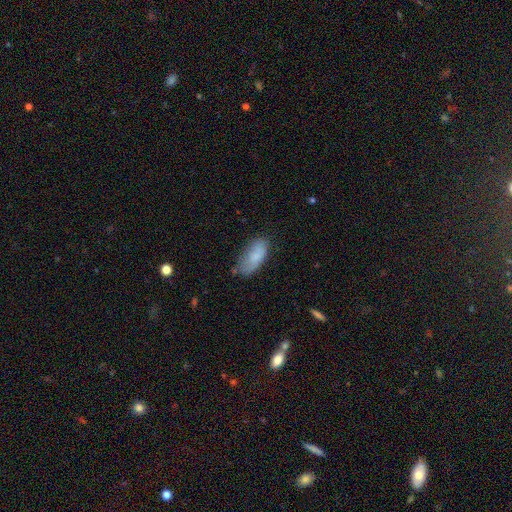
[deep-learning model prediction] Q: Smooth or featured?
A: smooth (81%); runner-up: featured or disk (12%)
Q: How rounded?
A: in between (89%); runner-up: cigar-shaped (9%)
Q: Merging?
A: none (59%); runner-up: minor disturbance (30%)